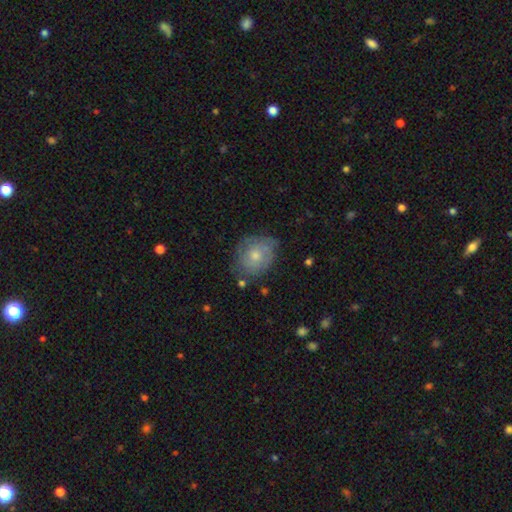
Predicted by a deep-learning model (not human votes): A smooth galaxy with no disk features (47%). Merging: none (66%).